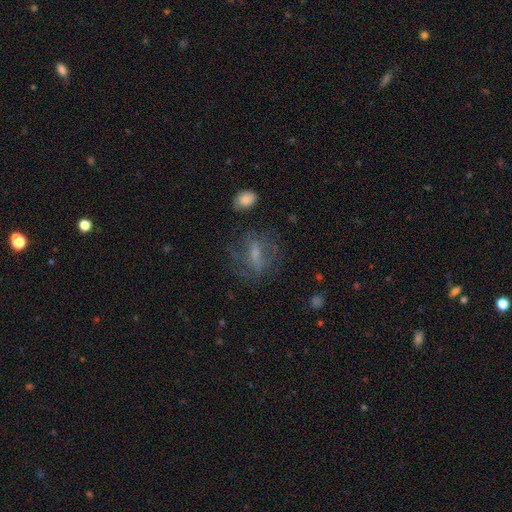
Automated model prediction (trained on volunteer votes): A featured or disk galaxy (45%).

Vote fractions:
- Smooth or featured? featured or disk: 45% / smooth: 41% / star or artifact: 14%
- Merging? none: 59% / major disturbance: 20% / minor disturbance: 18% / merger: 2%